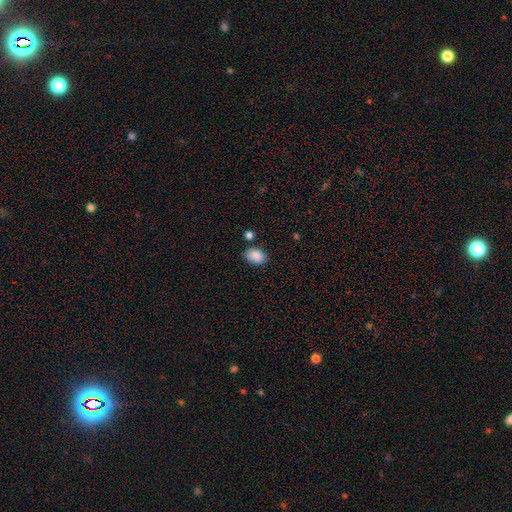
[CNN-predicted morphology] smooth_or_featured: smooth (p=0.87) [alt: star or artifact p=0.08]
how_rounded: in between (p=0.82) [alt: round p=0.17]
merging: none (p=0.81) [alt: minor disturbance p=0.11]